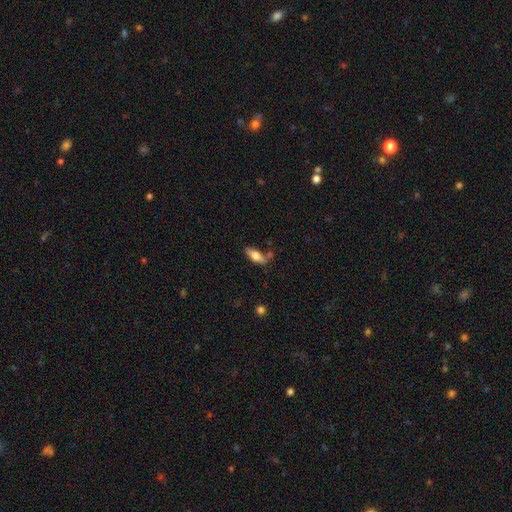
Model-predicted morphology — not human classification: Q: Smooth or featured?
A: smooth (67%); runner-up: featured or disk (27%)
Q: How rounded?
A: in between (71%); runner-up: cigar-shaped (26%)
Q: Merging?
A: none (64%); runner-up: minor disturbance (20%)